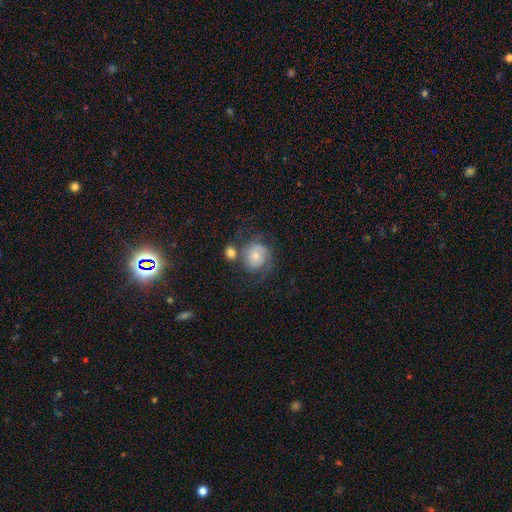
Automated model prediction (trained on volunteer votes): The model was most divided on "smooth or featured": featured or disk: 47%, smooth: 45%, star or artifact: 8%. Remaining: merging — none (47%).